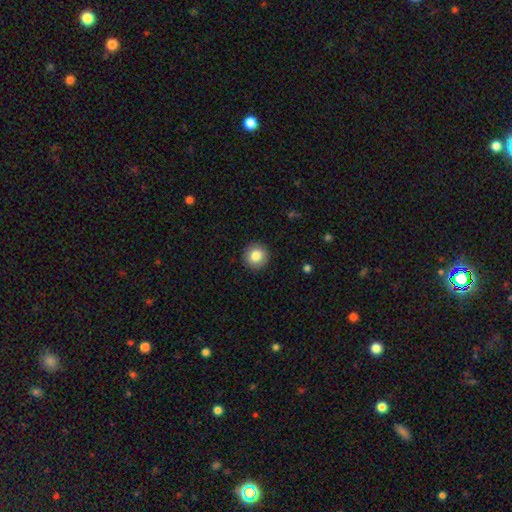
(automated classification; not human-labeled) Smooth or featured?
  - smooth: 84% *
  - star or artifact: 9%
  - featured or disk: 8%
How rounded?
  - round: 94% *
  - in between: 5%
  - cigar-shaped: 1%
Merging?
  - none: 92% *
  - minor disturbance: 5%
  - major disturbance: 2%
  - merger: 1%